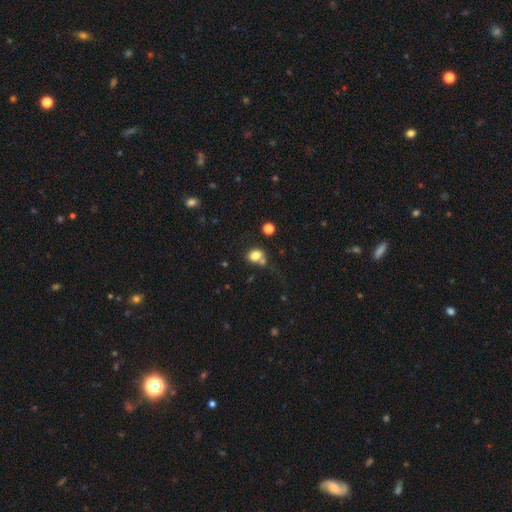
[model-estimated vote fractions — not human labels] Smooth or featured?
  - smooth: 80% *
  - star or artifact: 12%
  - featured or disk: 8%
How rounded?
  - in between: 52% *
  - round: 47%
  - cigar-shaped: 1%
Merging?
  - none: 53% *
  - merger: 25%
  - minor disturbance: 15%
  - major disturbance: 7%